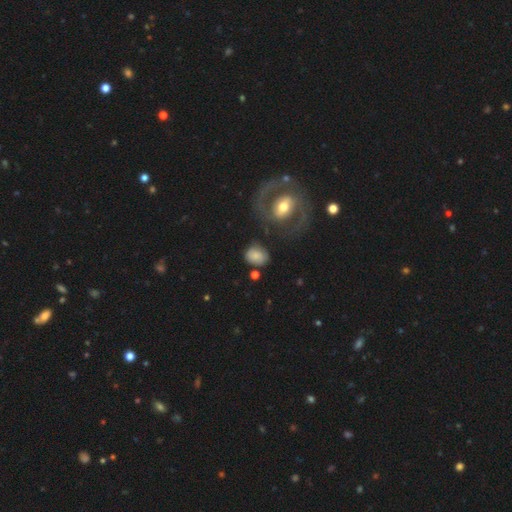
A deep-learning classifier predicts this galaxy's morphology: This appears to be a smooth galaxy with no disk features (69%) that is round (52%). Merging: none (69%).